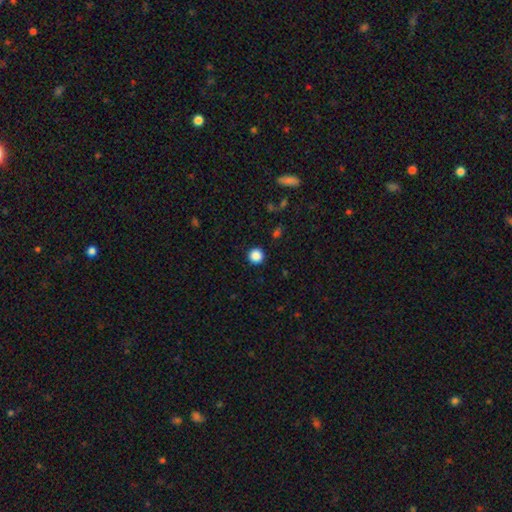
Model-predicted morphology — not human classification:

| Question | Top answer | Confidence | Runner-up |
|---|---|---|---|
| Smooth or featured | smooth | 87% | star or artifact (10%) |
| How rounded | round | 96% | in between (3%) |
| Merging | none | 93% | minor disturbance (4%) |